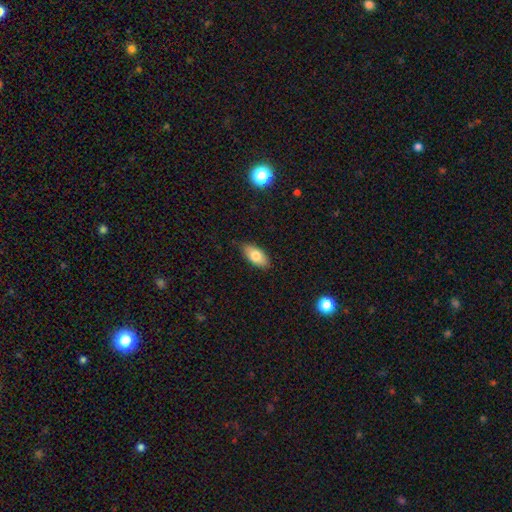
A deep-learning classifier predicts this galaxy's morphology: smooth_or_featured: smooth (p=0.77) [alt: featured or disk p=0.15]
how_rounded: in between (p=0.90) [alt: cigar-shaped p=0.07]
merging: none (p=0.84) [alt: minor disturbance p=0.13]